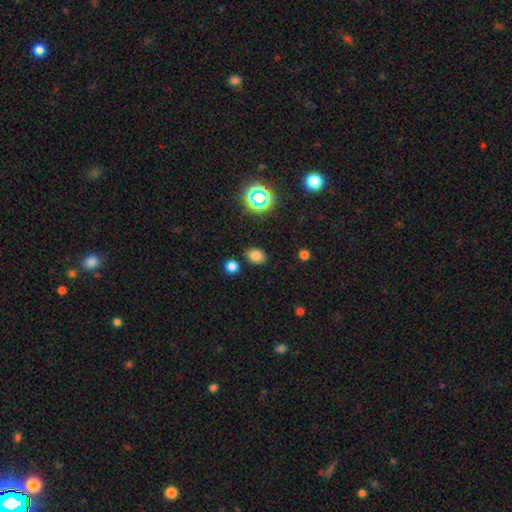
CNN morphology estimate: A smooth galaxy with no disk features (75%) that is in between round and cigar-shaped (67%).

Vote fractions:
- Smooth or featured? smooth: 75% / star or artifact: 17% / featured or disk: 8%
- How rounded? in between: 67% / round: 32% / cigar-shaped: 1%
- Merging? none: 83% / minor disturbance: 10% / merger: 4% / major disturbance: 3%